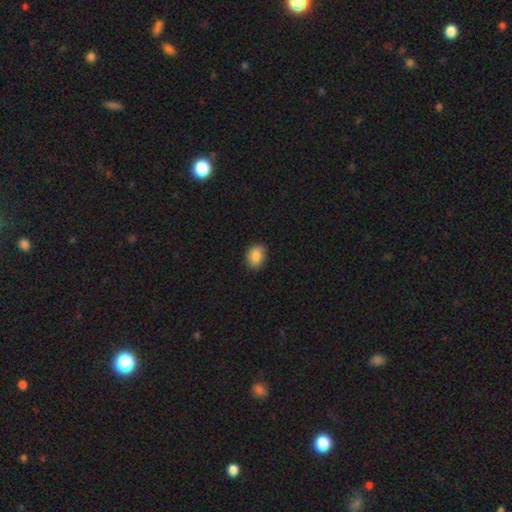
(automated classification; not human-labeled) Overall: smooth (87%). How rounded: in between (64%; round 35%). Merging: none (86%).